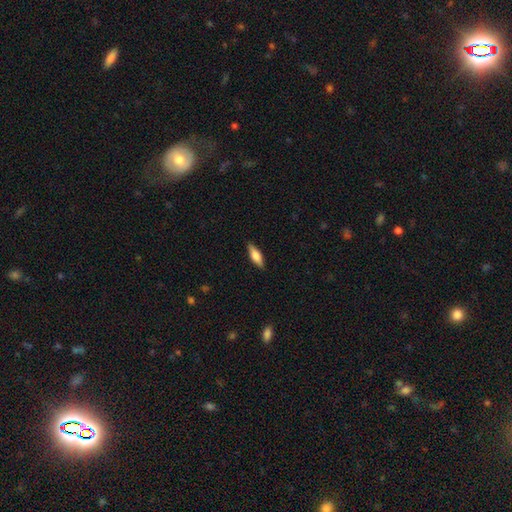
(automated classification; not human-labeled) smooth 66%, featured or disk 28%, star or artifact 6%. Down the decision tree: how rounded — in between (54%); merging — none (88%).